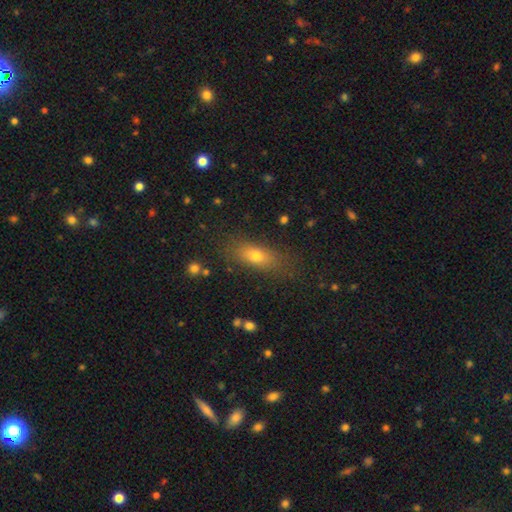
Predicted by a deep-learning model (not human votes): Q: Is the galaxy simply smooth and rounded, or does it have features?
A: smooth — 72%.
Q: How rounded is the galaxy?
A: in between — 69%.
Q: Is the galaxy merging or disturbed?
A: none — 77%.